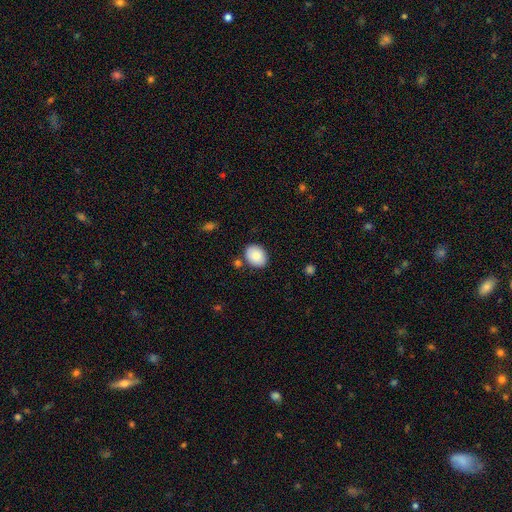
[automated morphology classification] type=smooth (84%); roundness=in between (57%); merging=none (83%).